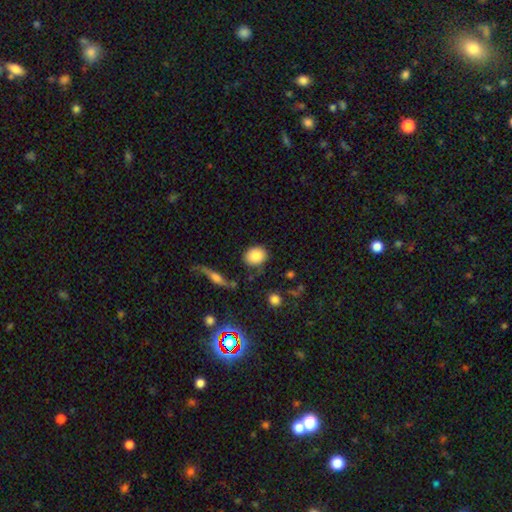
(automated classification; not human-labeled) Morphology: type=smooth (84%); roundness=round (61%); merging=none (79%).